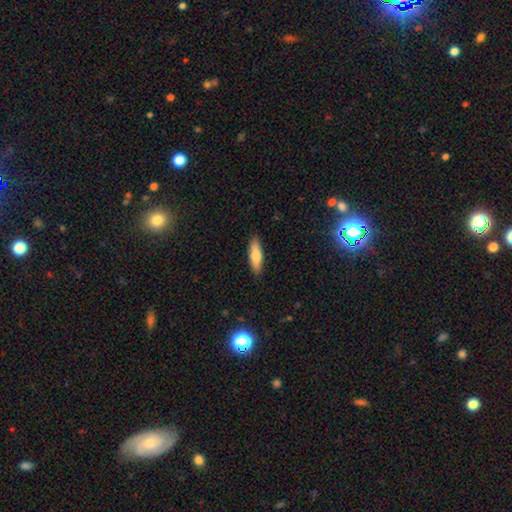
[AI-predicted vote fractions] smooth_or_featured: smooth (p=0.78) [alt: featured or disk p=0.16]
how_rounded: cigar-shaped (p=0.55) [alt: in between p=0.44]
merging: none (p=0.89) [alt: minor disturbance p=0.08]